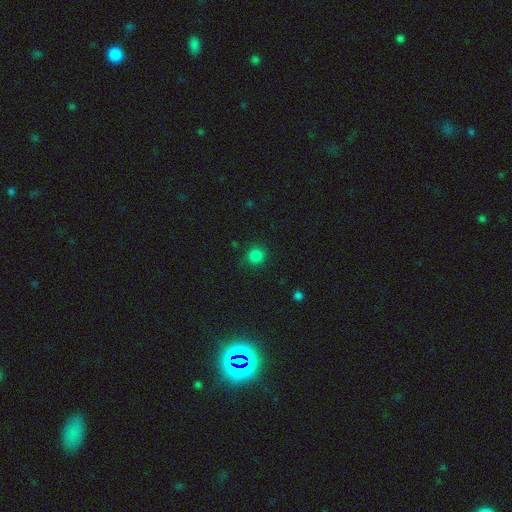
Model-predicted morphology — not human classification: Overall: smooth (82%). How rounded: round (91%). Merging: none (85%).